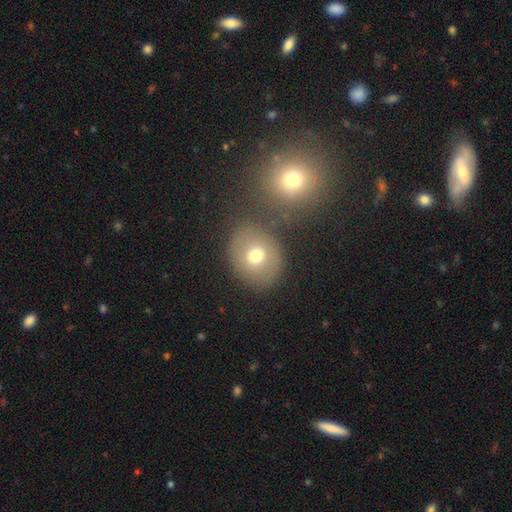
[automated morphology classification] smooth_or_featured: smooth (p=0.68) [alt: featured or disk p=0.21]
how_rounded: round (p=0.66) [alt: in between p=0.33]
merging: none (p=0.74) [alt: minor disturbance p=0.11]